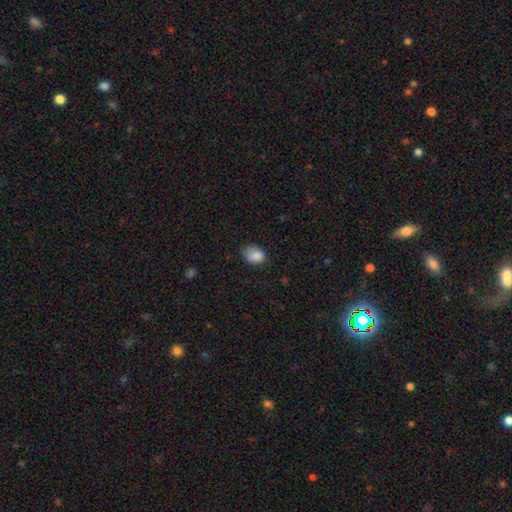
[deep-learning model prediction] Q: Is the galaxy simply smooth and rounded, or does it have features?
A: smooth — 85%.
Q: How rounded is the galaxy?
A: in between — 73%.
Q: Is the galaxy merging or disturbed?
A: none — 53%.